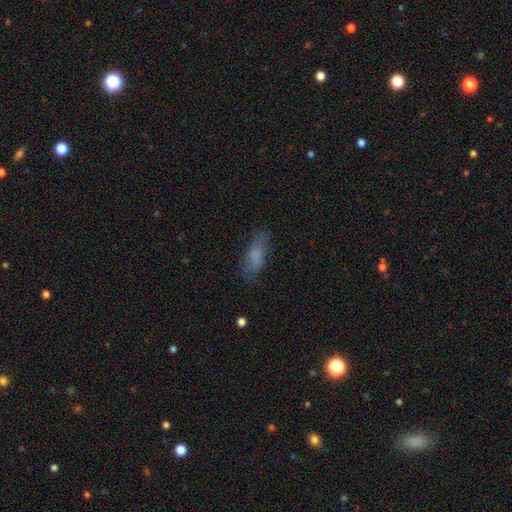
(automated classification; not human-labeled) Smooth or featured? smooth (74%)
How rounded? in between (60%)
Merging? none (70%)